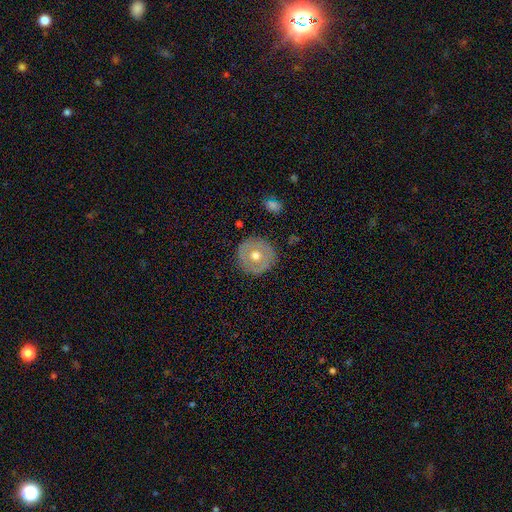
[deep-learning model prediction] Smooth or featured: smooth — 48% (featured or disk — 45%)
Merging: none — 88% (minor disturbance — 9%)